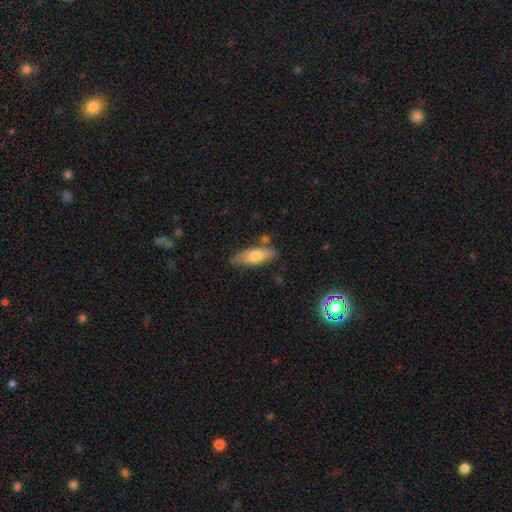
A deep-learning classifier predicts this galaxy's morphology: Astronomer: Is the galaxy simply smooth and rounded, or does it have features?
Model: smooth — 74%.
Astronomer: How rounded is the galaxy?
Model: in between — 66%.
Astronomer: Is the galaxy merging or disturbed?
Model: none — 71%.